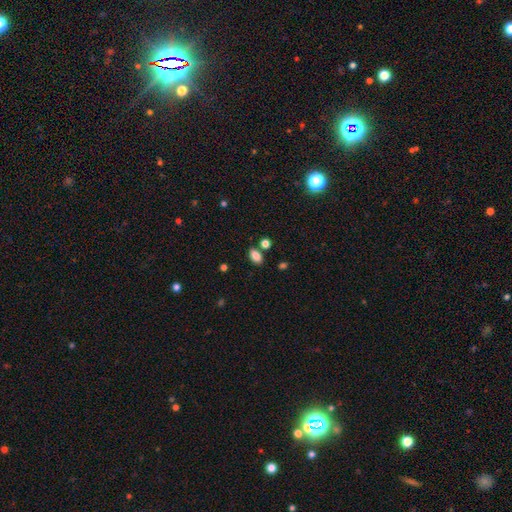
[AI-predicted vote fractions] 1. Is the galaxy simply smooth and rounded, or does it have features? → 84% smooth, 10% star or artifact, 6% featured or disk.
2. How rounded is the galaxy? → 89% in between, 9% round, 2% cigar-shaped.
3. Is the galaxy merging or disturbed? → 79% none, 11% minor disturbance, 8% merger, 3% major disturbance.